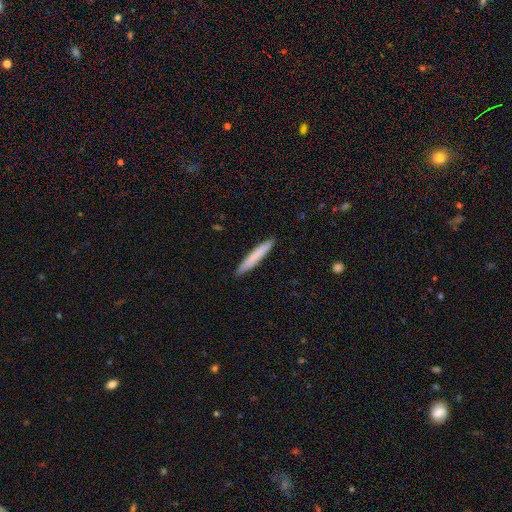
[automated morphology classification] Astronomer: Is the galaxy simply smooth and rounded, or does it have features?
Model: smooth — 77%.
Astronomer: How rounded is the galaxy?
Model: cigar-shaped — 95%.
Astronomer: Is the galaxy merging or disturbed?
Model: none — 91%.